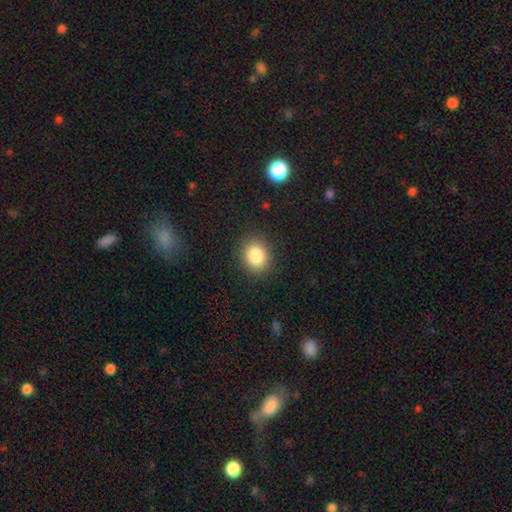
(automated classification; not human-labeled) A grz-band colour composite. It shows a smooth galaxy with no disk features (85%) that is round (66%). Merging: none (89%).